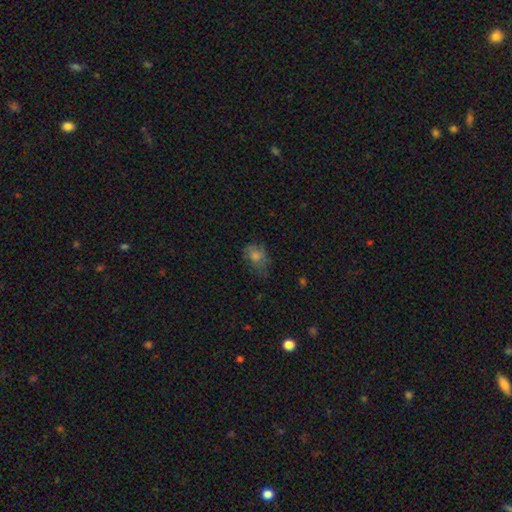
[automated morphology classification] type=smooth (63%); roundness=in between (65%); merging=none (52%).